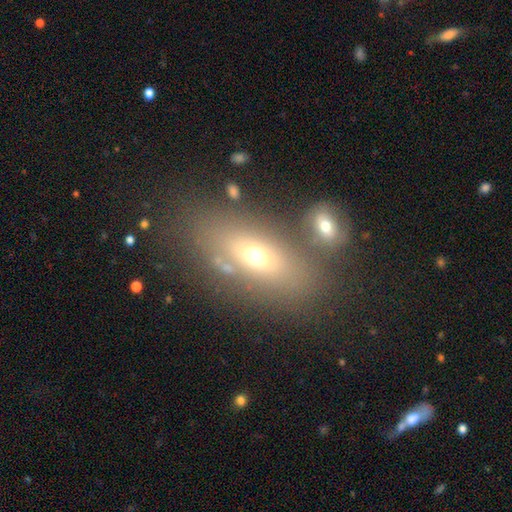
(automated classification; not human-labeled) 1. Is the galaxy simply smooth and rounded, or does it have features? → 58% smooth, 28% featured or disk, 14% star or artifact.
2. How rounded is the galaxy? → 79% in between, 11% cigar-shaped, 9% round.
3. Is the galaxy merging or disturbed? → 61% none, 19% merger, 13% minor disturbance, 7% major disturbance.